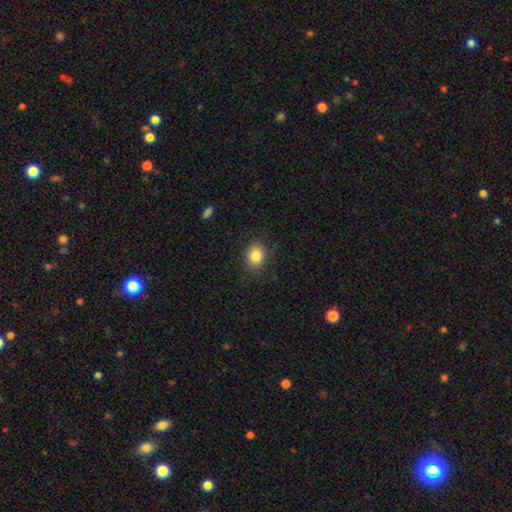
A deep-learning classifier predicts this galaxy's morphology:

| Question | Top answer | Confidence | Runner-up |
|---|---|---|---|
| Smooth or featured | smooth | 85% | star or artifact (9%) |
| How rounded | in between | 53% | round (46%) |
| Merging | none | 87% | minor disturbance (10%) |